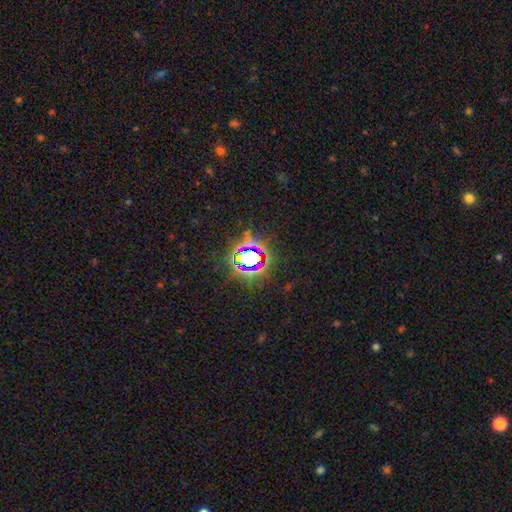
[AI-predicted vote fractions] star or artifact 80%, smooth 12%, featured or disk 8%.